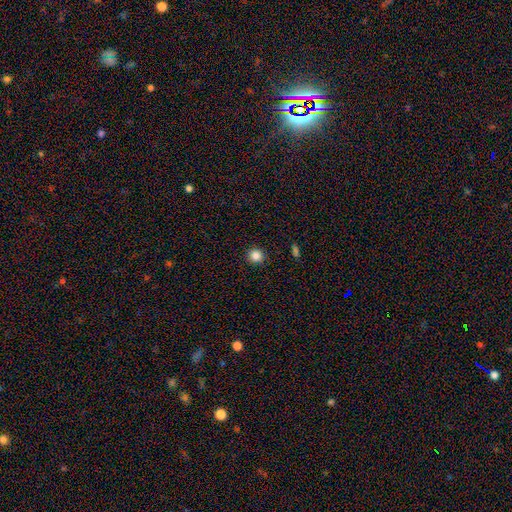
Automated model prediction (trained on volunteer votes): smooth_or_featured: smooth (p=0.84) [alt: star or artifact p=0.11]
how_rounded: round (p=0.91) [alt: in between p=0.08]
merging: none (p=0.92) [alt: minor disturbance p=0.05]